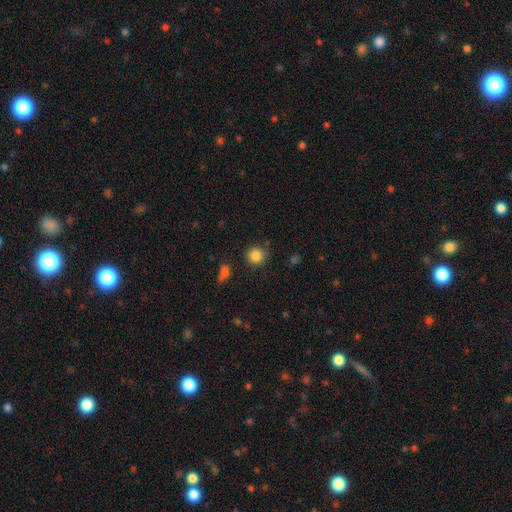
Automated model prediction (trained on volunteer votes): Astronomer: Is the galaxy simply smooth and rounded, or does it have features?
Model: smooth — 85%.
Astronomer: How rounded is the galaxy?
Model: round — 92%.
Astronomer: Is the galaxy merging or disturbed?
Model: none — 85%.